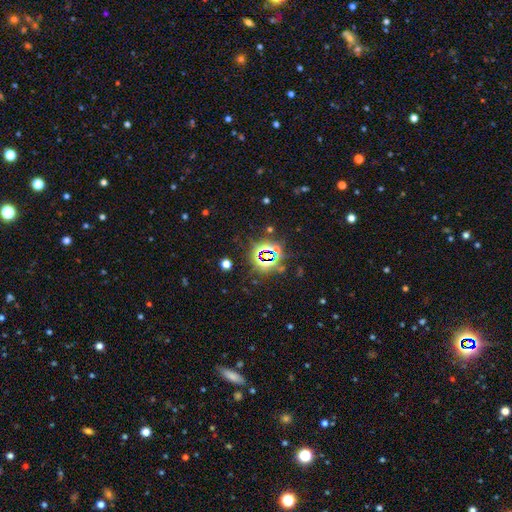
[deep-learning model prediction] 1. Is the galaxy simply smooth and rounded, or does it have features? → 80% star or artifact, 12% smooth, 8% featured or disk.